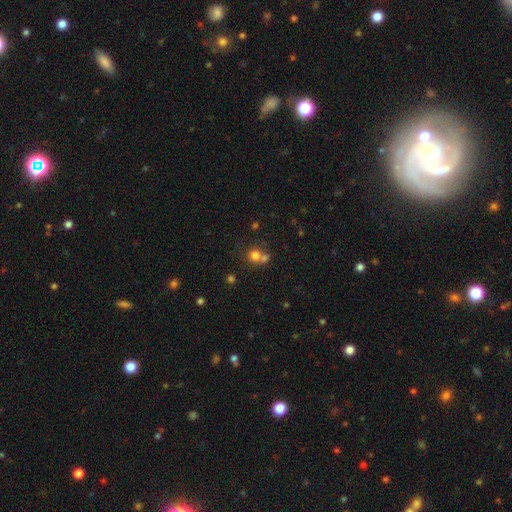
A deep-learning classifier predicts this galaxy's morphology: Smooth or featured: smooth — 74% (star or artifact — 14%)
How rounded: round — 84% (in between — 15%)
Merging: merger — 47% (none — 42%)